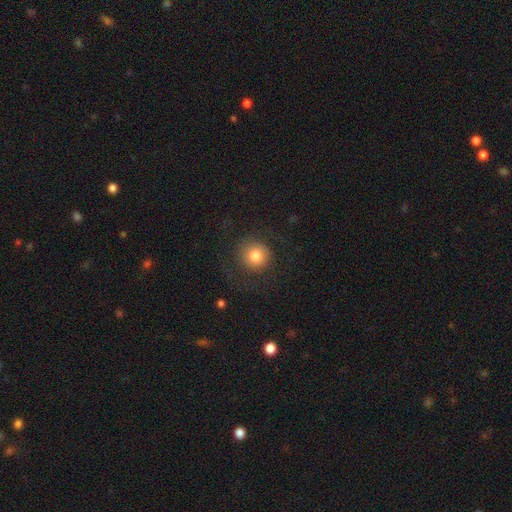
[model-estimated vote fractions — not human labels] smooth 80%, featured or disk 11%, star or artifact 10%. Down the decision tree: how rounded — round (93%); merging — none (81%).